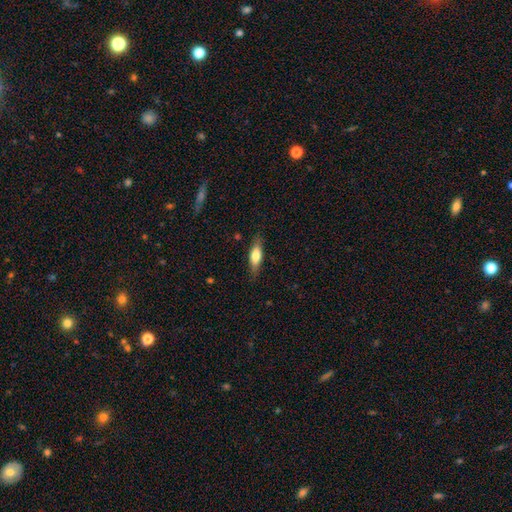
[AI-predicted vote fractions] A smooth galaxy with no disk features (67%) that is in between round and cigar-shaped (54%).

Vote fractions:
- Smooth or featured? smooth: 67% / featured or disk: 27% / star or artifact: 6%
- How rounded? in between: 54% / cigar-shaped: 44% / round: 2%
- Merging? none: 81% / minor disturbance: 14% / major disturbance: 3% / merger: 1%